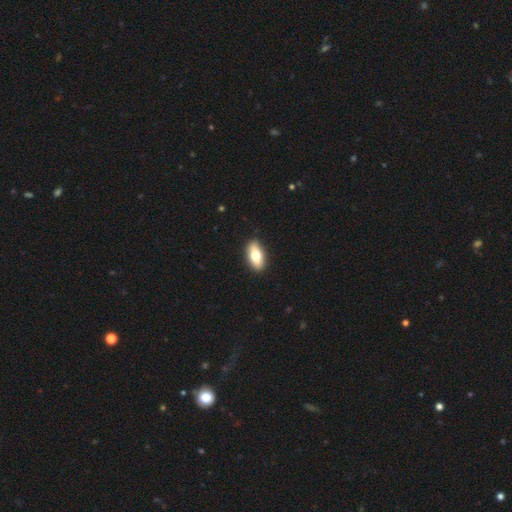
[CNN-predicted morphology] A smooth galaxy with no disk features (71%) that is in between round and cigar-shaped (87%).

Vote fractions:
- Smooth or featured? smooth: 71% / featured or disk: 23% / star or artifact: 6%
- How rounded? in between: 87% / cigar-shaped: 8% / round: 5%
- Merging? none: 90% / minor disturbance: 7% / major disturbance: 2% / merger: 1%